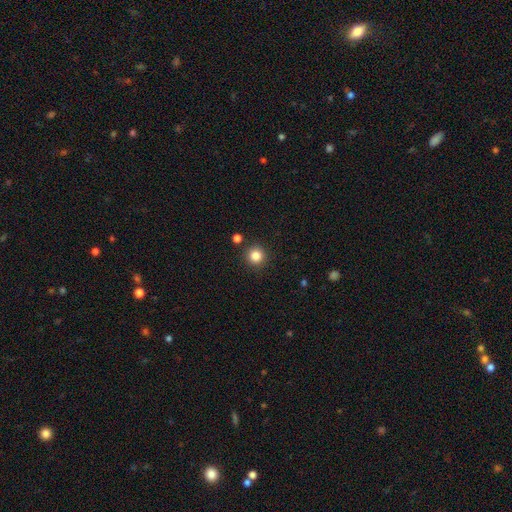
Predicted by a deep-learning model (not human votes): smooth_or_featured: smooth (p=0.84) [alt: star or artifact p=0.12]
how_rounded: round (p=0.95) [alt: in between p=0.04]
merging: none (p=0.89) [alt: minor disturbance p=0.06]